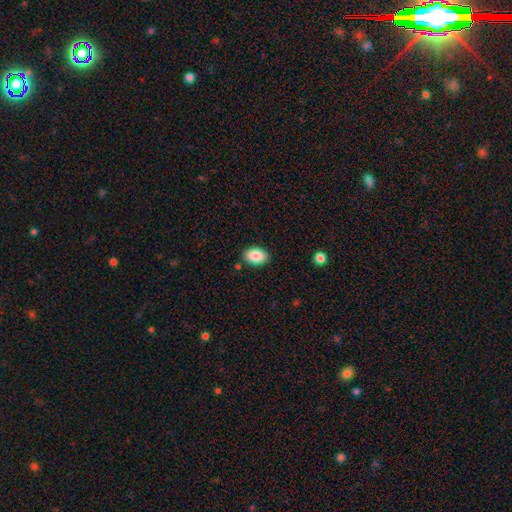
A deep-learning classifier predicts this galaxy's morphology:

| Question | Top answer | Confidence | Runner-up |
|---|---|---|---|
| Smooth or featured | smooth | 86% | star or artifact (7%) |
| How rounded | in between | 88% | round (11%) |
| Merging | none | 87% | minor disturbance (9%) |